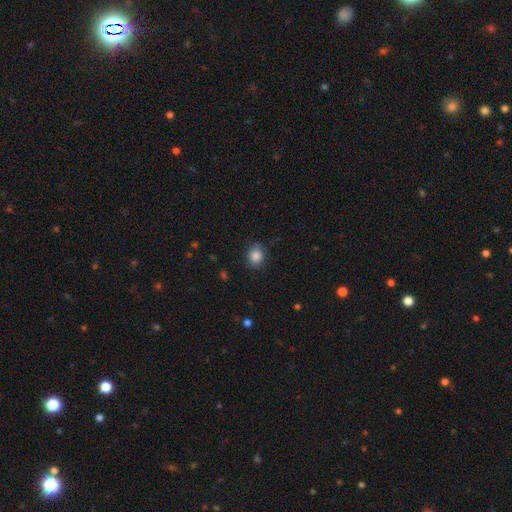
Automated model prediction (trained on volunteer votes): smooth_or_featured: smooth (p=0.86) [alt: star or artifact p=0.10]
how_rounded: round (p=0.69) [alt: in between p=0.30]
merging: none (p=0.81) [alt: minor disturbance p=0.15]